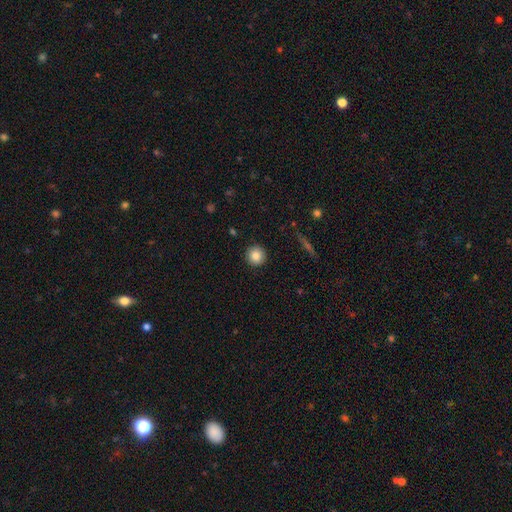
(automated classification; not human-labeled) smooth 86%, star or artifact 9%, featured or disk 6%. Down the decision tree: how rounded — round (94%); merging — none (91%).